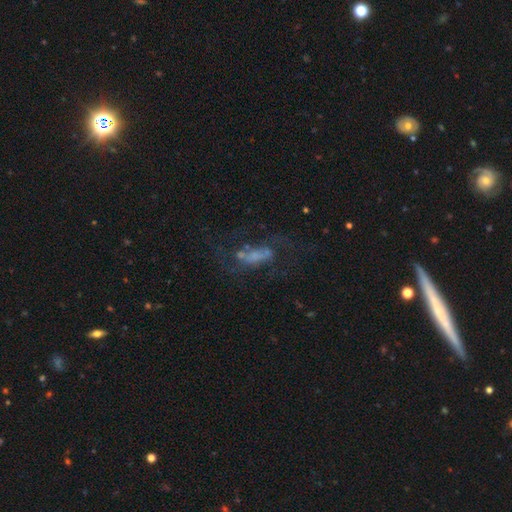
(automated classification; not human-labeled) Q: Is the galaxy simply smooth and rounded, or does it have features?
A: featured or disk — 53%.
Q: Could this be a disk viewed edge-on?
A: no — 90%.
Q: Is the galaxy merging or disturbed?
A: none — 38%.